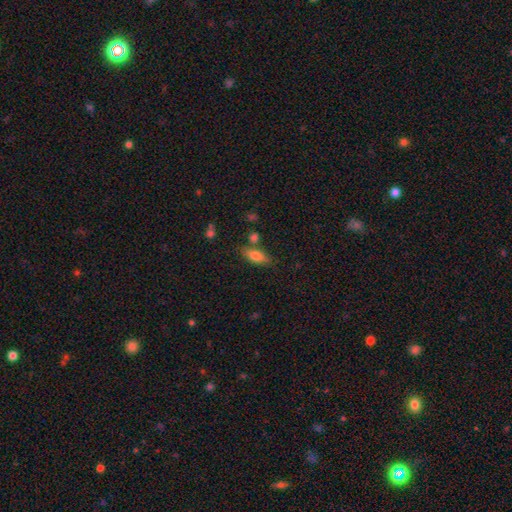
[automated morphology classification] A smooth galaxy with no disk features (78%) that is in between round and cigar-shaped (76%).

Vote fractions:
- Smooth or featured? smooth: 78% / featured or disk: 14% / star or artifact: 8%
- How rounded? in between: 76% / cigar-shaped: 21% / round: 3%
- Merging? none: 72% / minor disturbance: 14% / merger: 10% / major disturbance: 4%